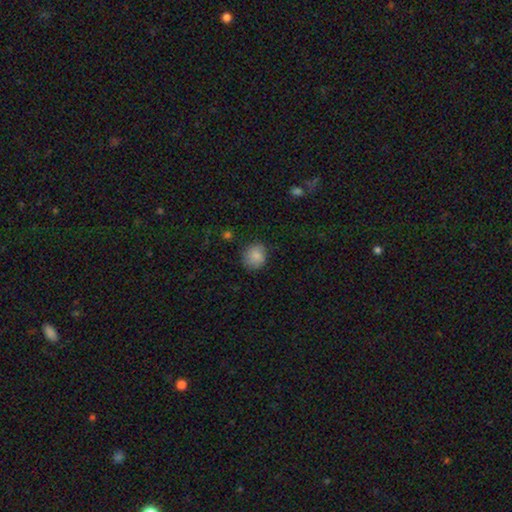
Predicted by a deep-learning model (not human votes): Smooth or featured? Predicted: smooth (p=0.86). How rounded? Predicted: round (p=0.80). Merging? Predicted: none (p=0.81).